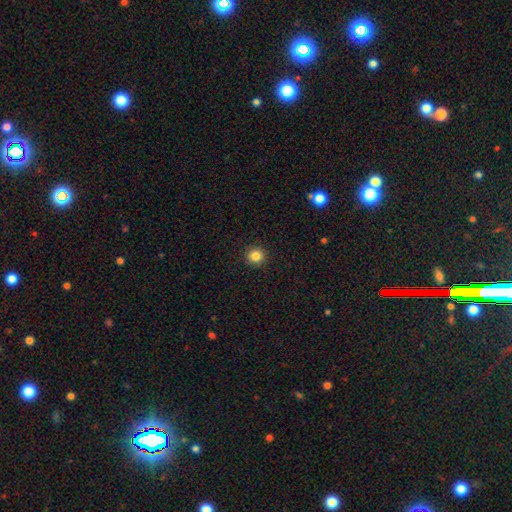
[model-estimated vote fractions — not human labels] Smooth or featured? Predicted: smooth (p=0.84). How rounded? Predicted: round (p=0.95). Merging? Predicted: none (p=0.93).